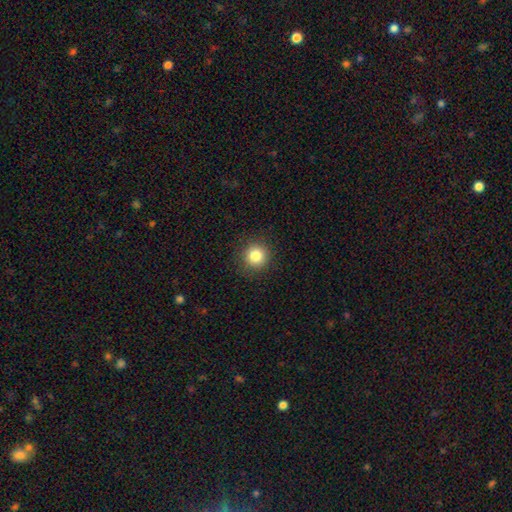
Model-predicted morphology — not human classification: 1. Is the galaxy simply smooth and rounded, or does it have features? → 83% smooth, 11% star or artifact, 6% featured or disk.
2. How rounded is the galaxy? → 94% round, 5% in between, 1% cigar-shaped.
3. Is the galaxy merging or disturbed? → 90% none, 6% minor disturbance, 2% major disturbance, 1% merger.